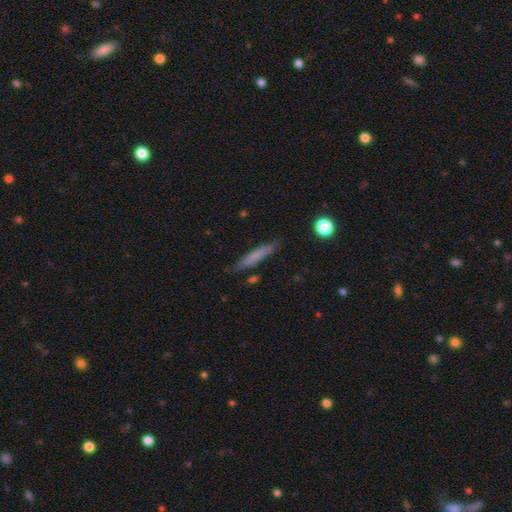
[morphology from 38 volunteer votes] A smooth galaxy with no disk features (79%) that is cigar-shaped (87%). Merging: none (75%).